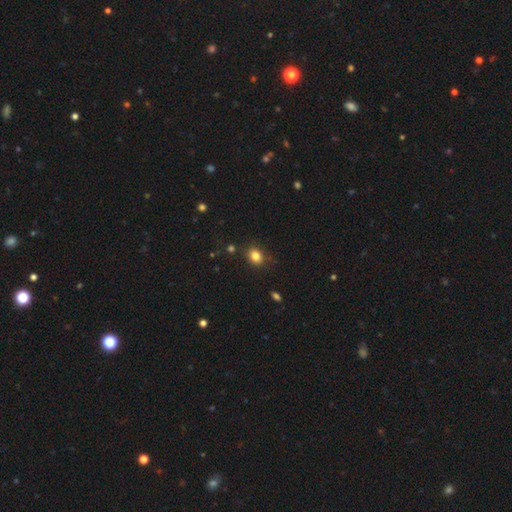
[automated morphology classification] Q: Smooth or featured?
A: smooth (83%); runner-up: star or artifact (11%)
Q: How rounded?
A: in between (52%); runner-up: round (47%)
Q: Merging?
A: none (83%); runner-up: minor disturbance (12%)